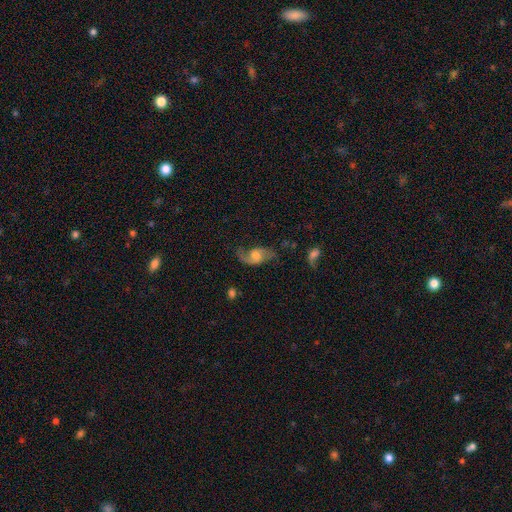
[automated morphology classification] type=featured or disk (67%); edge-on=no (94%); bar=no (64%); spiral arms=yes (89%); winding=loose (66%); arm count=2 (77%); bulge=moderate (58%); merging=none (58%).